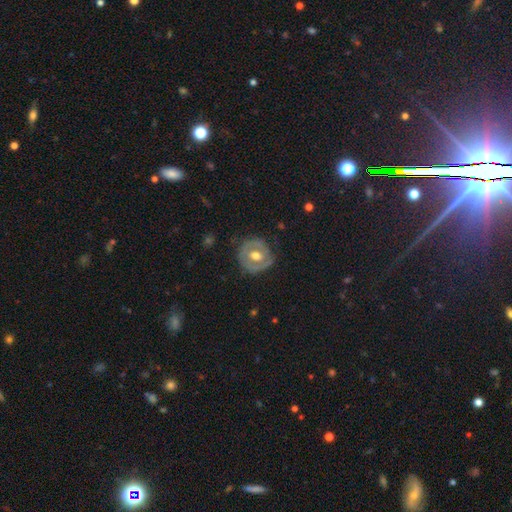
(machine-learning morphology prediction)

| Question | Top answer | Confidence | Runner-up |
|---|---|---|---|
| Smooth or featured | featured or disk | 58% | smooth (36%) |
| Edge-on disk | no | 96% | yes (4%) |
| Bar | no | 63% | weak (29%) |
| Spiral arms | no | 65% | yes (35%) |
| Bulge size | moderate | 71% | large (22%) |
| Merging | none | 77% | minor disturbance (16%) |